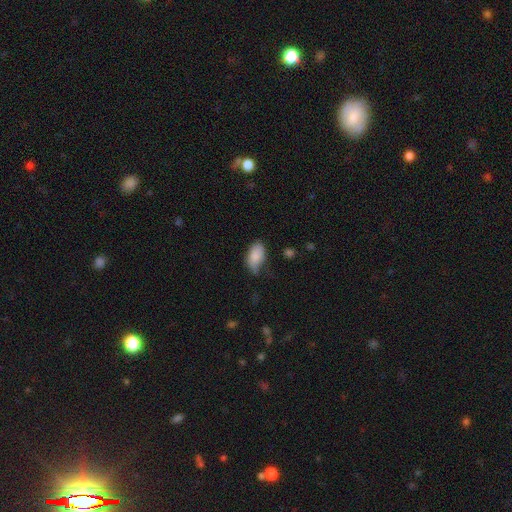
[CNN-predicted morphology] Overall: smooth (85%). How rounded: in between (93%). Merging: none (50%; minor disturbance 37%).